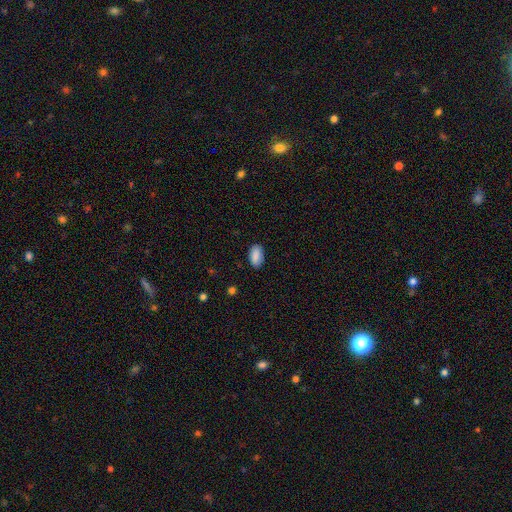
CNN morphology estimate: smooth_or_featured: smooth (p=0.89) [alt: star or artifact p=0.07]
how_rounded: in between (p=0.94) [alt: round p=0.04]
merging: none (p=0.84) [alt: minor disturbance p=0.12]